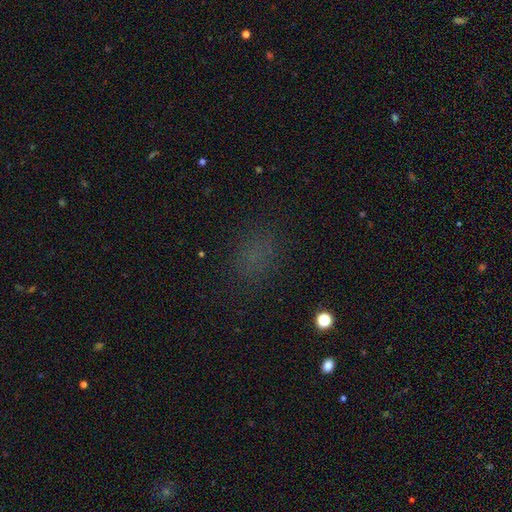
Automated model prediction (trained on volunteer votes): Smooth or featured?
  - smooth: 63% *
  - star or artifact: 29%
  - featured or disk: 8%
How rounded?
  - in between: 55% *
  - round: 42%
  - cigar-shaped: 3%
Merging?
  - none: 80% *
  - minor disturbance: 12%
  - major disturbance: 6%
  - merger: 2%